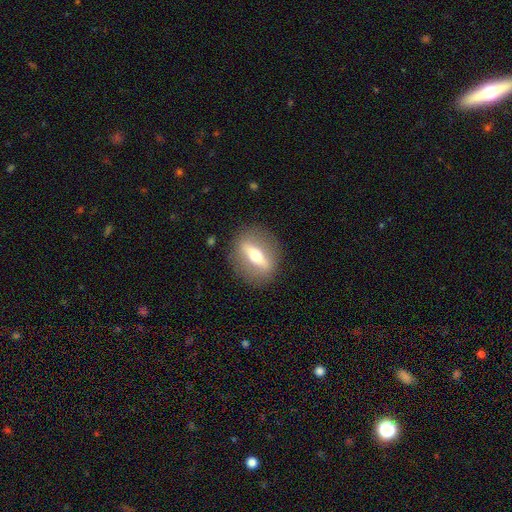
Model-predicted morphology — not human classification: Smooth or featured? Predicted: featured or disk (p=0.64). Edge-on disk? Predicted: yes (p=0.60). Merging? Predicted: none (p=0.86).